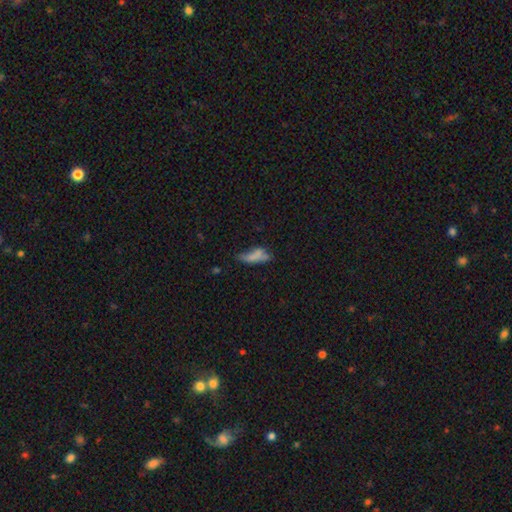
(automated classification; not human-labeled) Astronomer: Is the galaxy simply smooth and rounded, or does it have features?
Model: smooth — 63%.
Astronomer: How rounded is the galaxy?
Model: in between — 65%.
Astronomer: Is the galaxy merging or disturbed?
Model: none — 32% (runner-up: minor disturbance, 27%).